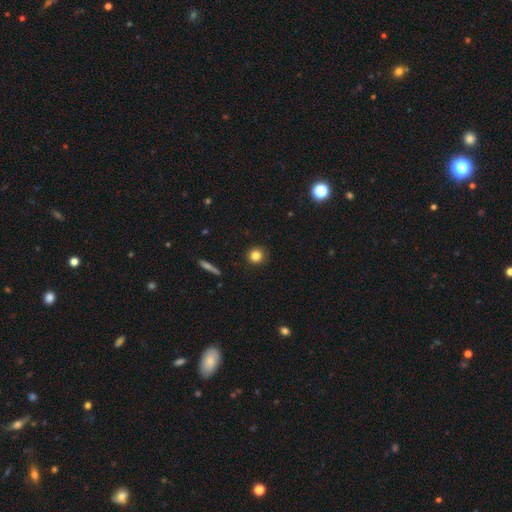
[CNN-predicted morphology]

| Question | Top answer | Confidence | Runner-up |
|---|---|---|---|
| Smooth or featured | smooth | 83% | star or artifact (11%) |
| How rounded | round | 93% | in between (6%) |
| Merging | none | 91% | minor disturbance (6%) |